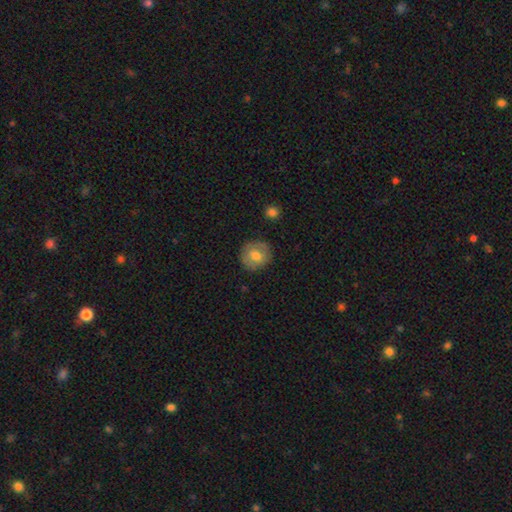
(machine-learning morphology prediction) smooth 66%, featured or disk 26%, star or artifact 8%. Down the decision tree: how rounded — round (88%); merging — none (83%).